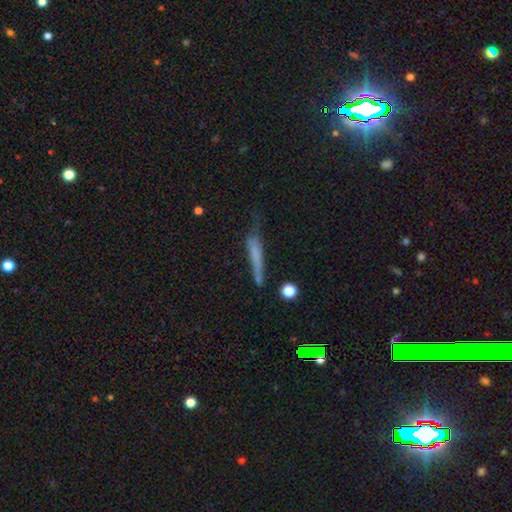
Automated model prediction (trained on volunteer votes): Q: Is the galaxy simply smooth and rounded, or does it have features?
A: smooth — 50%.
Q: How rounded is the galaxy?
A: cigar-shaped — 89%.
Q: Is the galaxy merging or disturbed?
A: none — 48%.